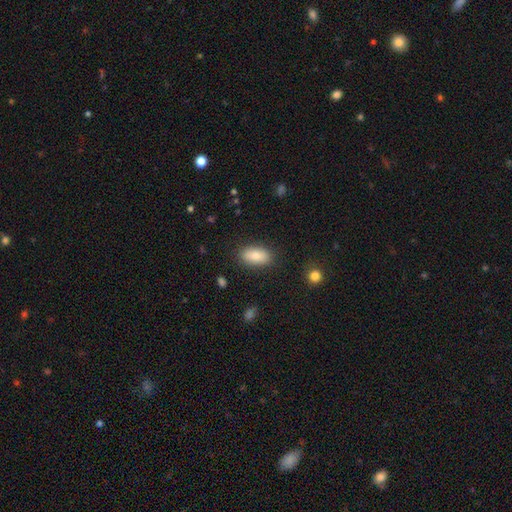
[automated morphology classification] This appears to be a smooth galaxy with no disk features (83%) that is in between round and cigar-shaped (90%). Merging: none (86%).